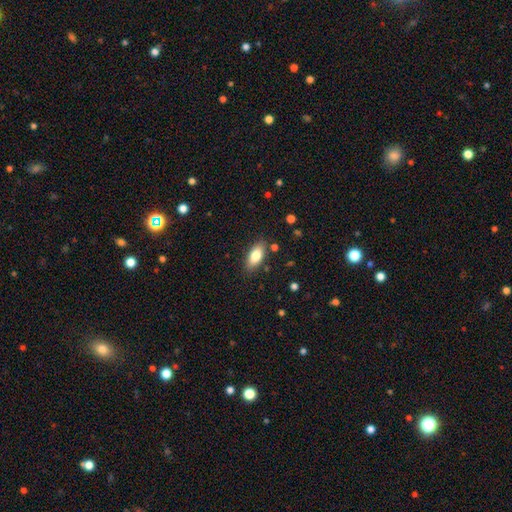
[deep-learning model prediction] This is clearly a smooth galaxy (80%). How rounded: clearly in between (87%). Merging: clearly none (84%).